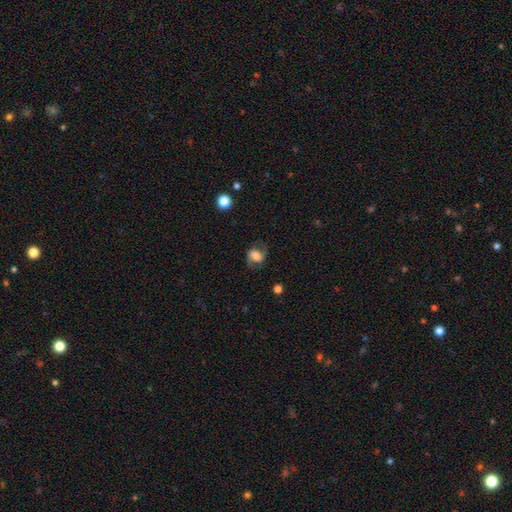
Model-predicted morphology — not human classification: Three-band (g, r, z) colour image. It shows a featured or disk galaxy (52%). Merging: none (71%).